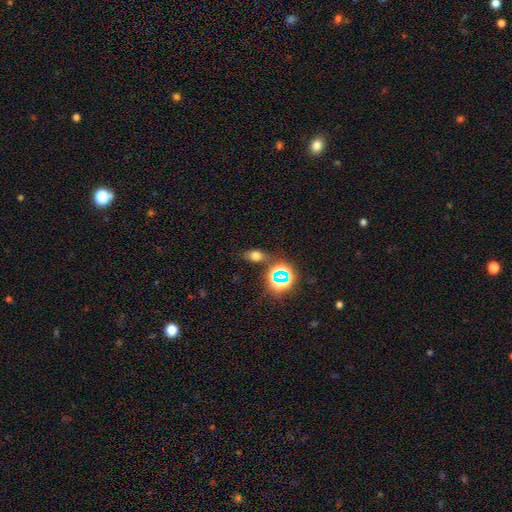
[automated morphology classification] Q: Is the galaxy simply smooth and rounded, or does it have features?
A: smooth — 62%.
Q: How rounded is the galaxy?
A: in between — 73%.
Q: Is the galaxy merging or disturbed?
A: none — 74%.